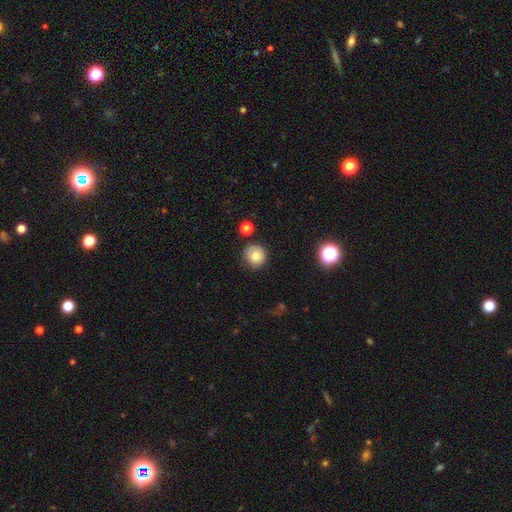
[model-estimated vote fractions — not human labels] Morphology: type=smooth (79%); roundness=round (89%); merging=none (75%).